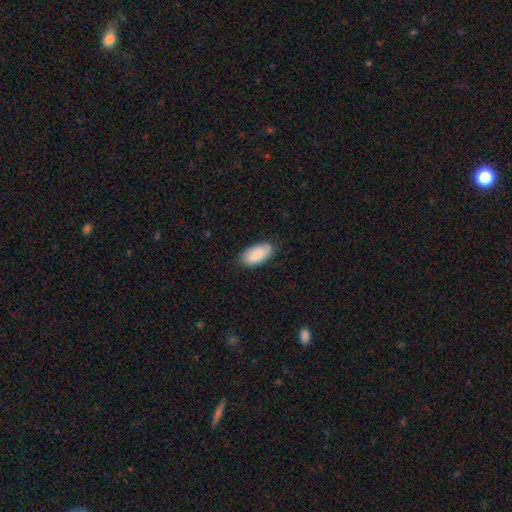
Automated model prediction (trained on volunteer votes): A smooth galaxy with no disk features (86%) that is in between round and cigar-shaped (95%).

Vote fractions:
- Smooth or featured? smooth: 86% / featured or disk: 8% / star or artifact: 6%
- How rounded? in between: 95% / cigar-shaped: 3% / round: 2%
- Merging? none: 75% / minor disturbance: 21% / major disturbance: 3% / merger: 1%